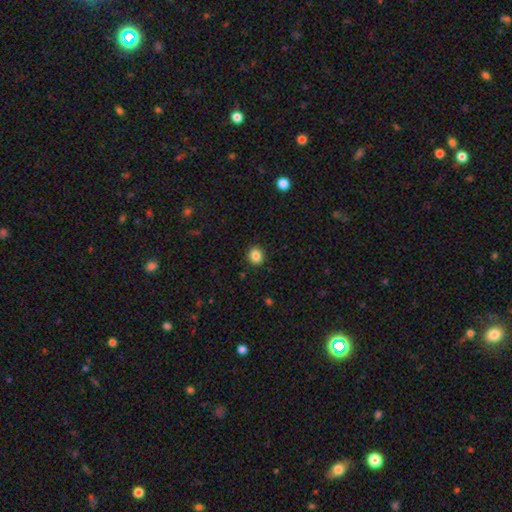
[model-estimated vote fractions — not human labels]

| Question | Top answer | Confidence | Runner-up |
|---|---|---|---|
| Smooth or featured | smooth | 85% | star or artifact (10%) |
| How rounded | round | 75% | in between (25%) |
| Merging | none | 90% | minor disturbance (7%) |